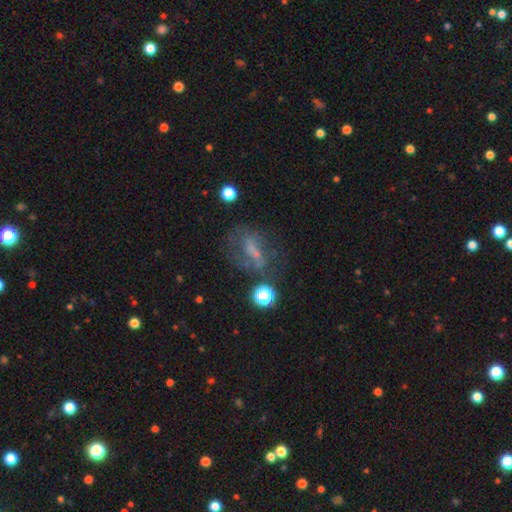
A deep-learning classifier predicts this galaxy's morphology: This is possibly a featured or disk galaxy (47%). Merging: marginally none (45%).